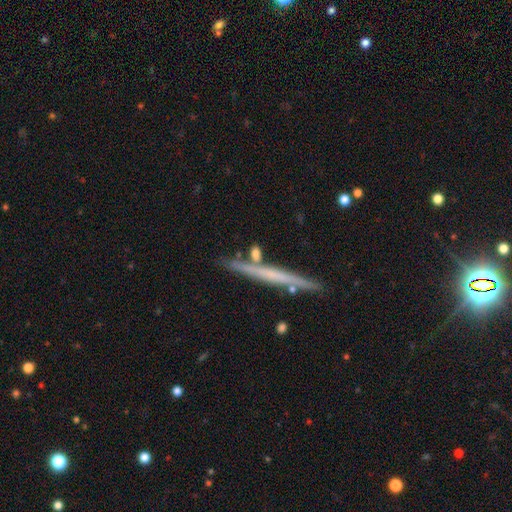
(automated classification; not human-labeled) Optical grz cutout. It shows a featured or disk galaxy (51%) viewed edge-on (95%). Merging: none (79%).